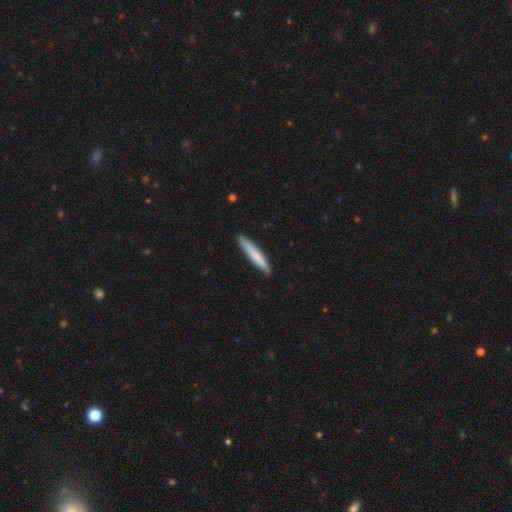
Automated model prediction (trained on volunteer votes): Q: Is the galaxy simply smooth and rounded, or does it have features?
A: smooth — 74%.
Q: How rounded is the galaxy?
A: cigar-shaped — 93%.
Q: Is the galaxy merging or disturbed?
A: none — 85%.